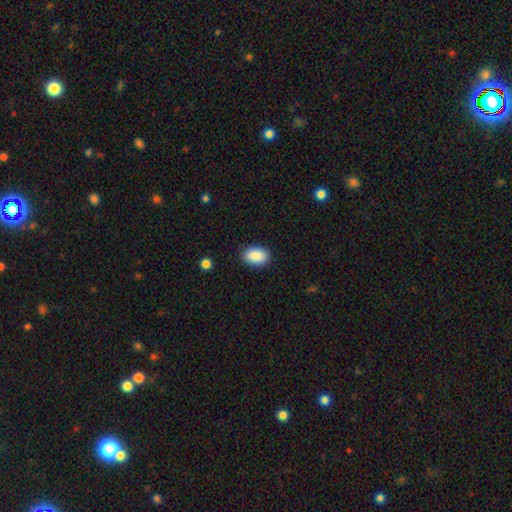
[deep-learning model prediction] Smooth or featured: smooth — 90% (star or artifact — 7%)
How rounded: in between — 88% (round — 11%)
Merging: none — 89% (minor disturbance — 8%)